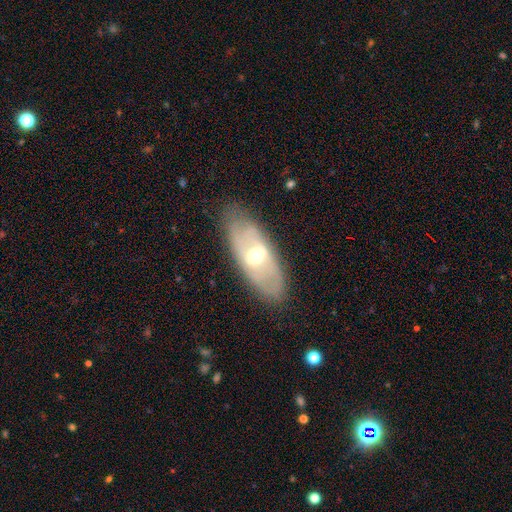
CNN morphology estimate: This appears to be a featured or disk galaxy (66%) with a weak bar (43%), no spiral arms (59%) and a moderate central bulge (65%). Merging: none (81%).